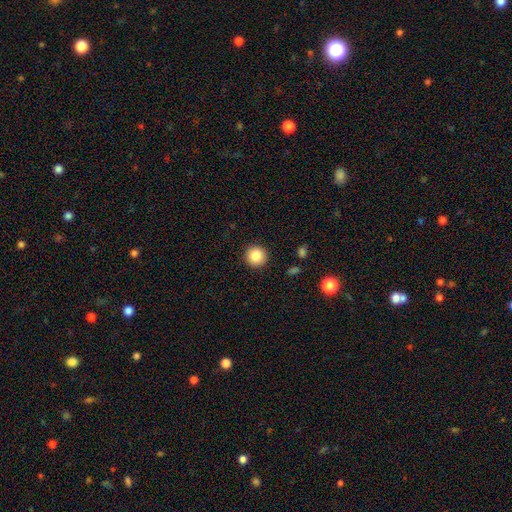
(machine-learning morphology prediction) A smooth galaxy with no disk features (86%) that is round (95%).

Vote fractions:
- Smooth or featured? smooth: 86% / star or artifact: 9% / featured or disk: 5%
- How rounded? round: 95% / in between: 4% / cigar-shaped: 1%
- Merging? none: 92% / minor disturbance: 5% / major disturbance: 2% / merger: 1%